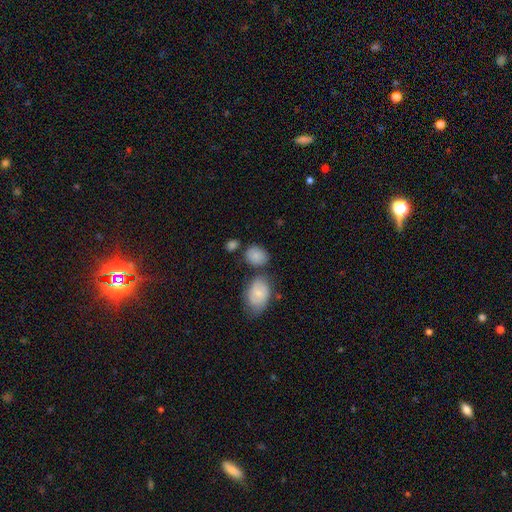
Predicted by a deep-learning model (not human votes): This is clearly a smooth galaxy (82%). How rounded: possibly in between (54%). Merging: likely none (65%).